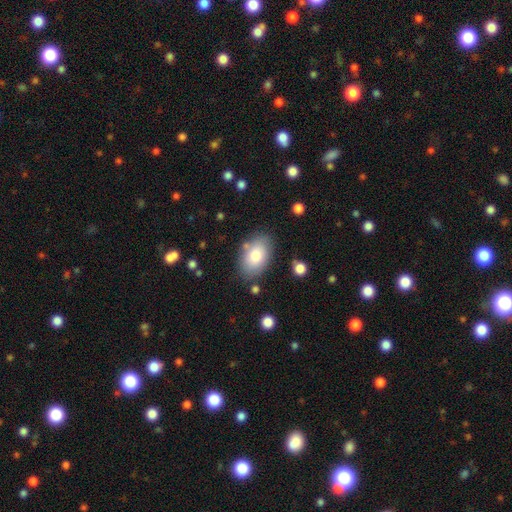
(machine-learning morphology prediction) Smooth or featured: smooth — 77% (featured or disk — 15%)
How rounded: in between — 88% (round — 11%)
Merging: none — 80% (minor disturbance — 13%)